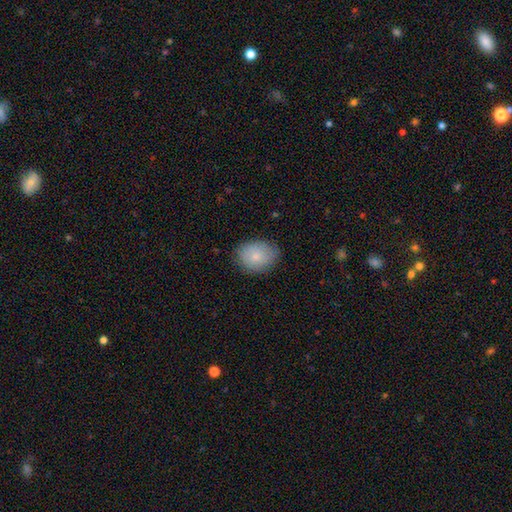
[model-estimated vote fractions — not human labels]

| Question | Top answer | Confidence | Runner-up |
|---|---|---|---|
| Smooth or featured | smooth | 80% | featured or disk (13%) |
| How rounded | in between | 56% | round (43%) |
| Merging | none | 75% | minor disturbance (20%) |